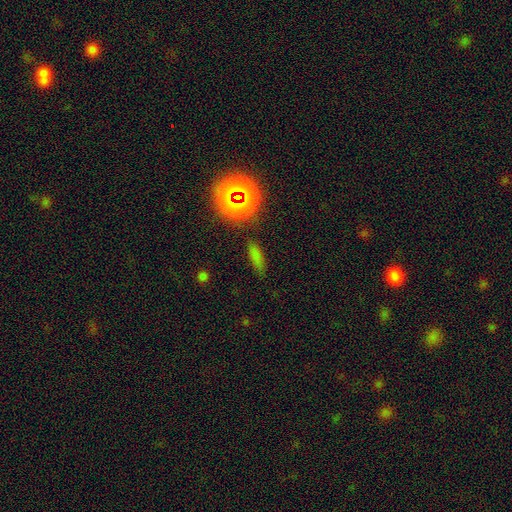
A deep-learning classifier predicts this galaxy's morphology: smooth_or_featured: smooth (p=0.67) [alt: star or artifact p=0.24]
how_rounded: in between (p=0.49) [alt: cigar-shaped p=0.45]
merging: none (p=0.80) [alt: minor disturbance p=0.13]